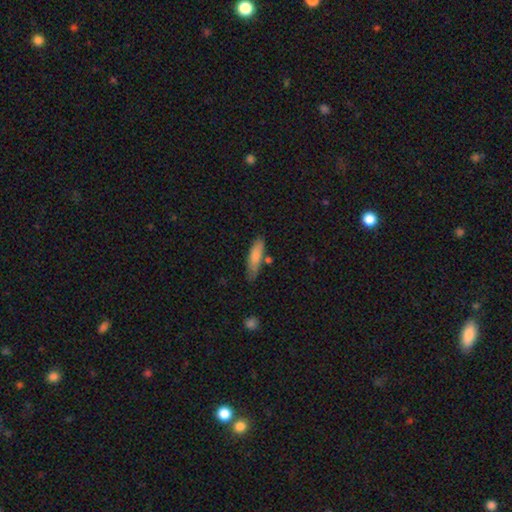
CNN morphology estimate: Smooth or featured?
  - smooth: 81% *
  - featured or disk: 13%
  - star or artifact: 6%
How rounded?
  - cigar-shaped: 61% *
  - in between: 38%
  - round: 2%
Merging?
  - none: 69% *
  - minor disturbance: 20%
  - merger: 8%
  - major disturbance: 4%